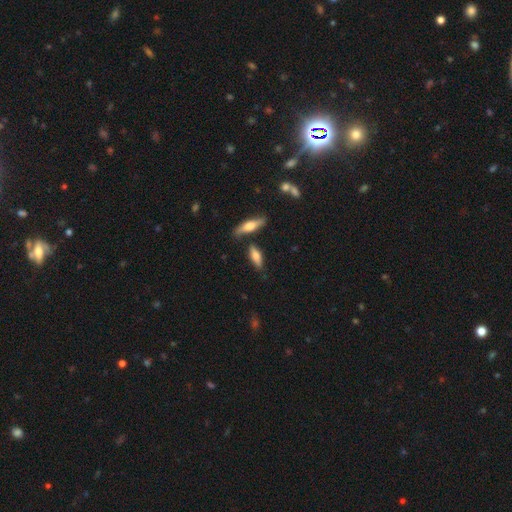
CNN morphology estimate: smooth 64%, featured or disk 28%, star or artifact 7%. Down the decision tree: how rounded — in between (55%); merging — none (74%).